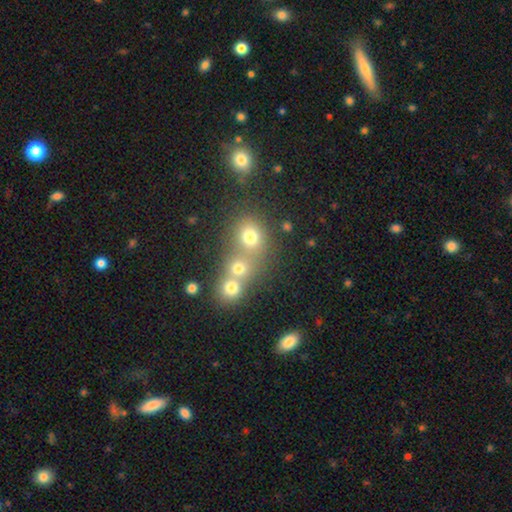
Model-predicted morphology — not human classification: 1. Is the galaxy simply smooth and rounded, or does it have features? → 56% smooth, 27% star or artifact, 17% featured or disk.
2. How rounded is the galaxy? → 80% round, 18% in between, 2% cigar-shaped.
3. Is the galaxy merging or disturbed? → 48% merger, 42% none, 6% minor disturbance, 3% major disturbance.